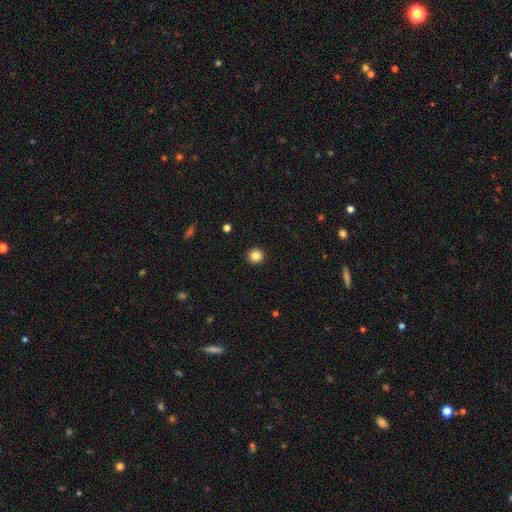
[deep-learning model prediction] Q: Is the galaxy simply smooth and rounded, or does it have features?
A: smooth — 85%.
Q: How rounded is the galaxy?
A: round — 95%.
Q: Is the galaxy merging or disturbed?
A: none — 93%.